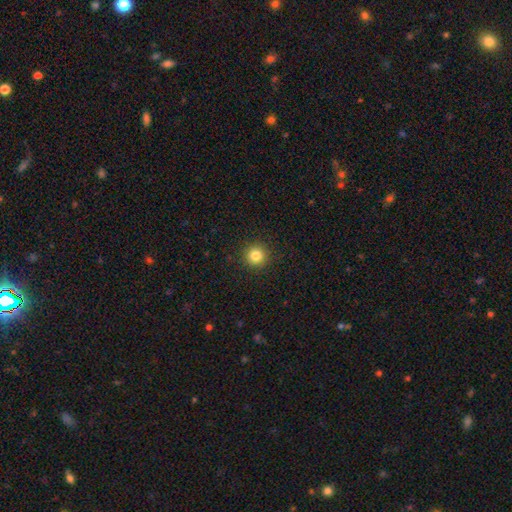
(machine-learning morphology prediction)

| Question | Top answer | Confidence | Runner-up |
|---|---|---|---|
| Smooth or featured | smooth | 83% | star or artifact (12%) |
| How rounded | round | 96% | in between (3%) |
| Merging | none | 93% | minor disturbance (5%) |